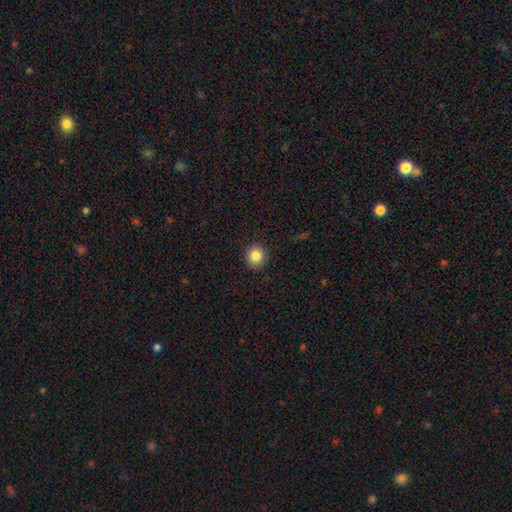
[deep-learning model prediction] Smooth or featured?
  - smooth: 84% *
  - star or artifact: 10%
  - featured or disk: 6%
How rounded?
  - round: 82% *
  - in between: 17%
  - cigar-shaped: 1%
Merging?
  - none: 90% *
  - minor disturbance: 7%
  - major disturbance: 2%
  - merger: 1%